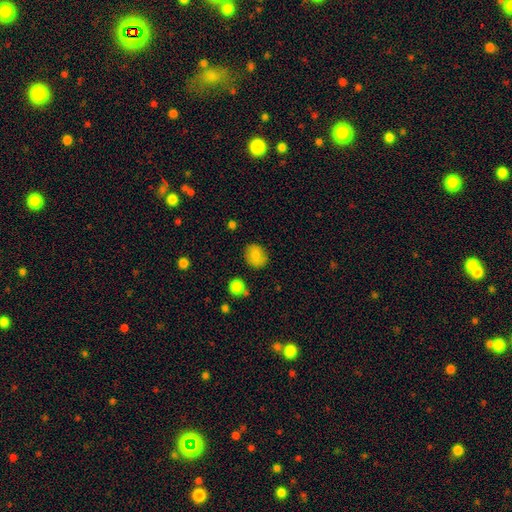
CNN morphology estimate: A smooth galaxy with no disk features (84%) that is round (64%).

Vote fractions:
- Smooth or featured? smooth: 84% / star or artifact: 10% / featured or disk: 6%
- How rounded? round: 64% / in between: 35% / cigar-shaped: 1%
- Merging? none: 82% / minor disturbance: 13% / major disturbance: 4% / merger: 2%